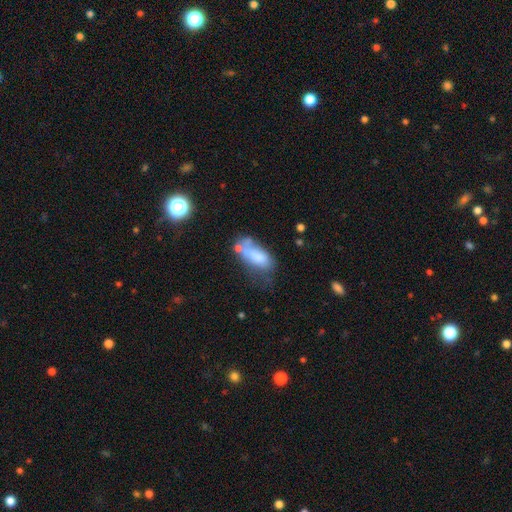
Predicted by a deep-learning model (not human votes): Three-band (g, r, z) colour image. It shows a smooth galaxy with no disk features (67%) that is in between round and cigar-shaped (86%). Merging: major disturbance (28%).